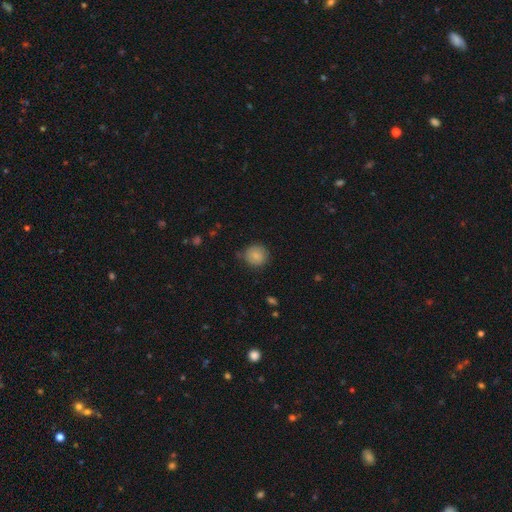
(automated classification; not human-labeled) smooth 84%, star or artifact 9%, featured or disk 8%. Down the decision tree: how rounded — round (91%); merging — none (80%).